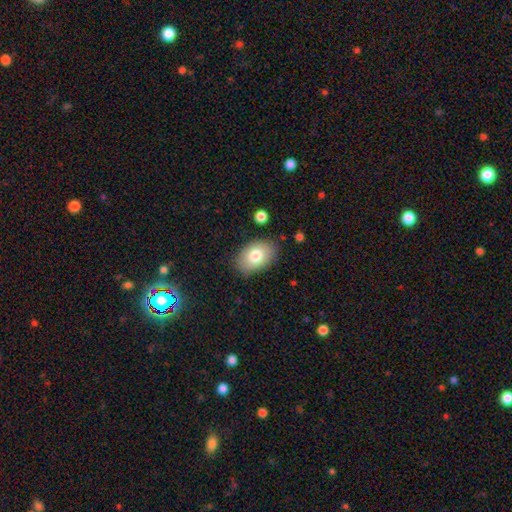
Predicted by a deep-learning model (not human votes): Smooth or featured? smooth (77%)
How rounded? in between (88%)
Merging? none (83%)